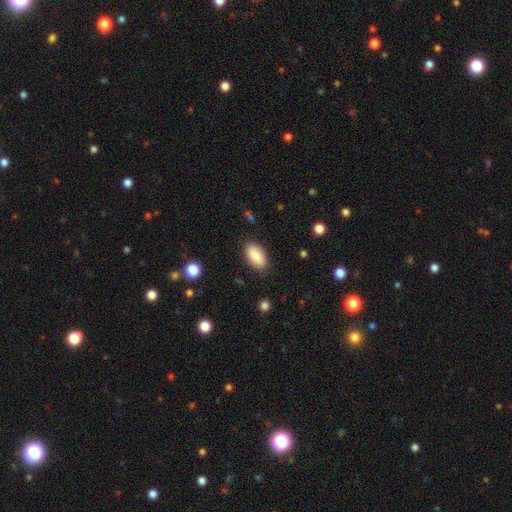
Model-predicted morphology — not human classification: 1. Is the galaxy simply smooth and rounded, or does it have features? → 86% smooth, 8% featured or disk, 7% star or artifact.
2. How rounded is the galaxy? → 93% in between, 4% round, 3% cigar-shaped.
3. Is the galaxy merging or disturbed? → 84% none, 12% minor disturbance, 3% major disturbance, 1% merger.